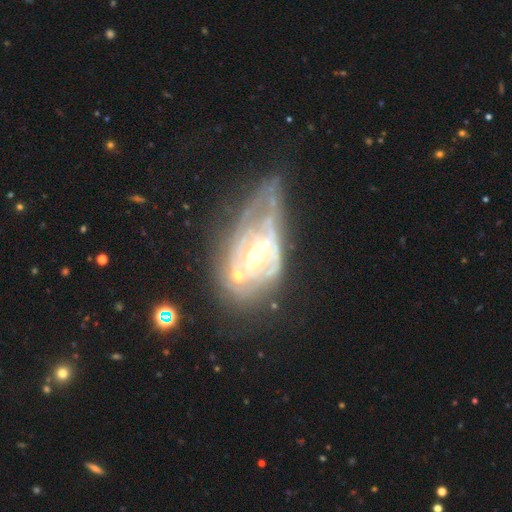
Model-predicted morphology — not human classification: This appears to be a featured or disk galaxy (79%) with a weak bar (40%), spiral arms (65%) and a moderate central bulge (59%). Merging: major disturbance (39%).